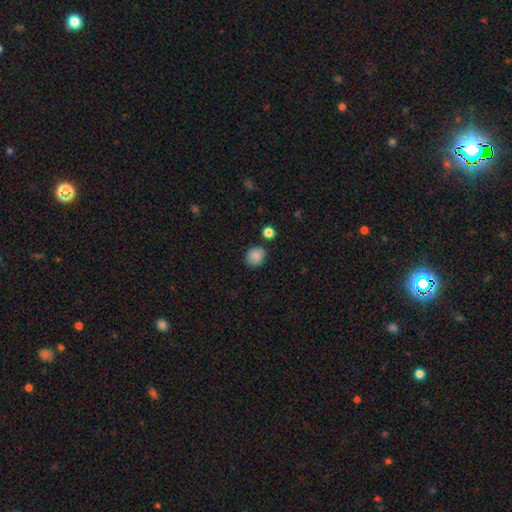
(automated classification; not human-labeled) smooth-or-featured: smooth: 87% | star or artifact: 9% | featured or disk: 5%
  how-rounded: round: 66% | in between: 33% | cigar-shaped: 1%
  merging: none: 80% | minor disturbance: 13% | merger: 4% | major disturbance: 3%